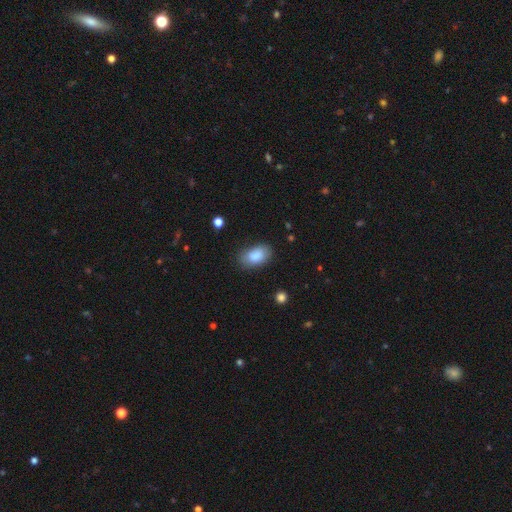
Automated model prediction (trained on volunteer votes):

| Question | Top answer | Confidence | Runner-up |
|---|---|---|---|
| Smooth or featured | smooth | 87% | star or artifact (7%) |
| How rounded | in between | 92% | round (6%) |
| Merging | none | 78% | minor disturbance (16%) |